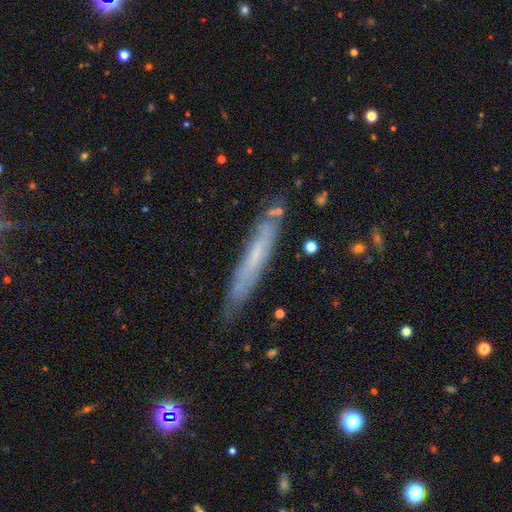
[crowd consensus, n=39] Smooth or featured? 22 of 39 (56%) said featured or disk. Edge-on disk? 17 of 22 (77%) said yes. Edge-on bulge? 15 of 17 (88%) said none. Merging? 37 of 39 (95%) said none.